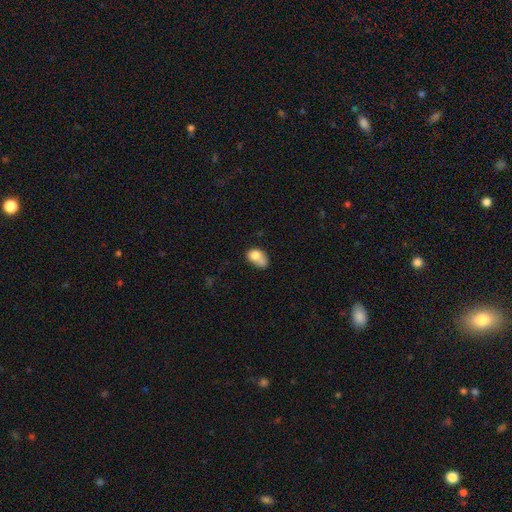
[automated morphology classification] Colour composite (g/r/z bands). It shows a smooth galaxy with no disk features (75%) that is in between round and cigar-shaped (73%). Merging: merger (30%).